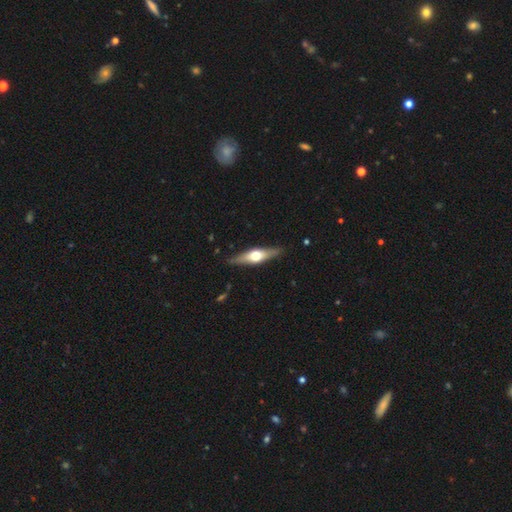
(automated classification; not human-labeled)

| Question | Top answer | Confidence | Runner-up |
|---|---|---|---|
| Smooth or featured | featured or disk | 62% | smooth (33%) |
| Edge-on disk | yes | 92% | no (8%) |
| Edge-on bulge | rounded | 95% | boxy (4%) |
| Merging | none | 87% | minor disturbance (10%) |